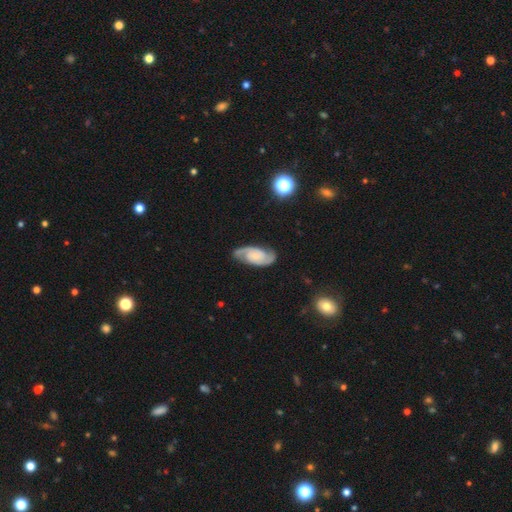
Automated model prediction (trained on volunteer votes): Q: Smooth or featured?
A: featured or disk (85%); runner-up: smooth (10%)
Q: Edge-on disk?
A: no (97%); runner-up: yes (3%)
Q: Bar?
A: no (61%); runner-up: weak (30%)
Q: Spiral arms?
A: yes (97%); runner-up: no (3%)
Q: Spiral winding?
A: medium (47%); runner-up: tight (40%)
Q: Spiral arm count?
A: 2 (92%); runner-up: can't tell (4%)
Q: Bulge size?
A: small (51%); runner-up: none (26%)
Q: Merging?
A: none (79%); runner-up: minor disturbance (15%)